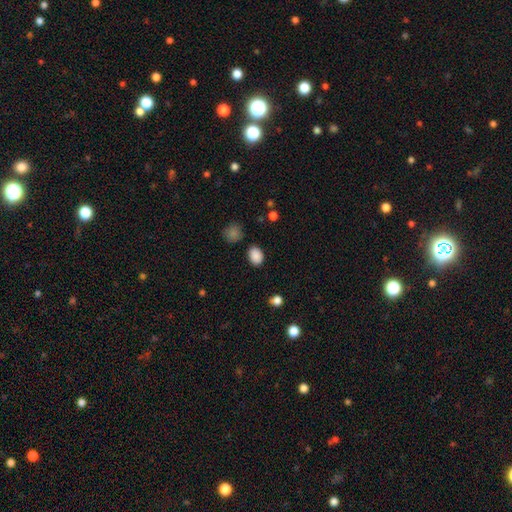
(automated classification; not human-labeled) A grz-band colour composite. It shows a smooth galaxy with no disk features (88%) that is in between round and cigar-shaped (70%). Merging: none (85%).